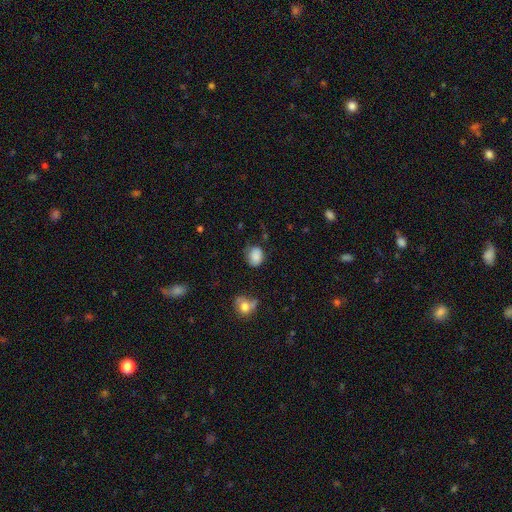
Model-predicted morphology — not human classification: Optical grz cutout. It shows a smooth galaxy with no disk features (83%) that is in between round and cigar-shaped (50%). Merging: none (58%).